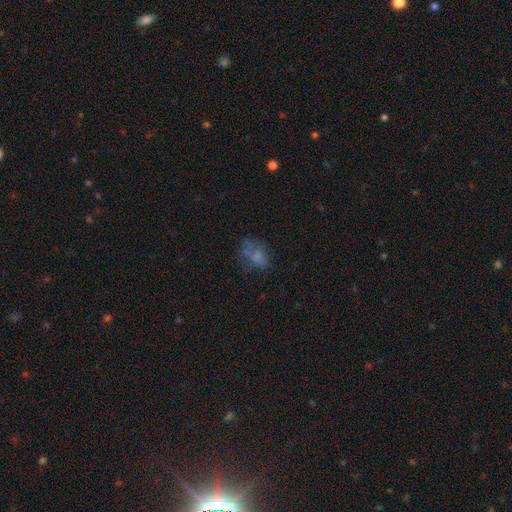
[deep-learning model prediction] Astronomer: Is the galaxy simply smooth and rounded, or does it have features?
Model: smooth — 56%.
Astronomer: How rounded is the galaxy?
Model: in between — 68%.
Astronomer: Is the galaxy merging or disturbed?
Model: none — 43% (runner-up: major disturbance, 24%).